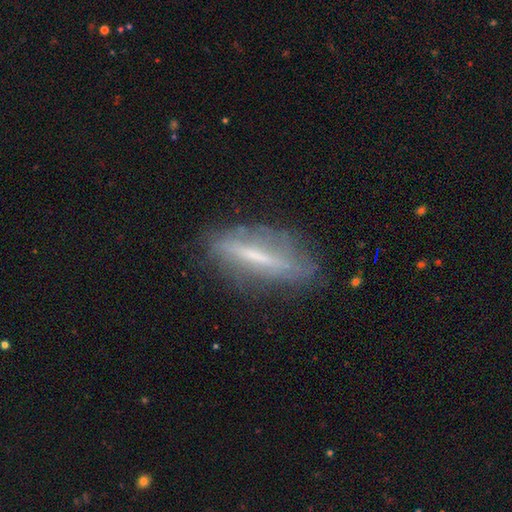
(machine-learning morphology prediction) A featured or disk galaxy (57%) viewed edge-on (59%). Merging: none (70%).